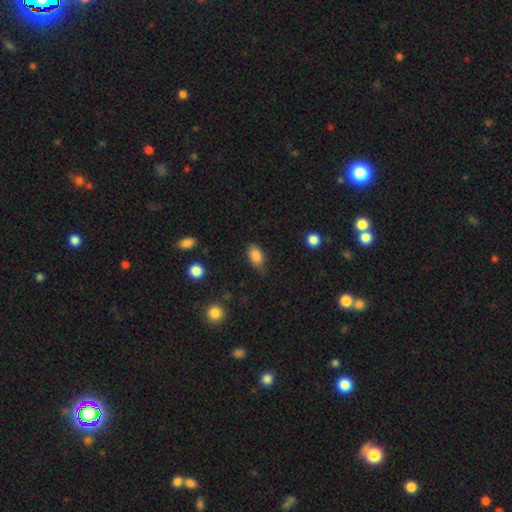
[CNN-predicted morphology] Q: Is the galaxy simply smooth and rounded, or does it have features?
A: smooth — 86%.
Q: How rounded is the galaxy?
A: in between — 89%.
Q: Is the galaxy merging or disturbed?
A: none — 65%.